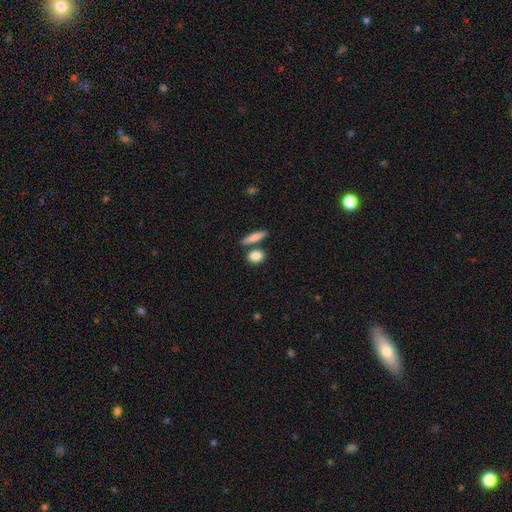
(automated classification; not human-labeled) smooth-or-featured: smooth: 86% | featured or disk: 7% | star or artifact: 7%
  how-rounded: in between: 53% | round: 35% | cigar-shaped: 12%
  merging: none: 68% | merger: 18% | minor disturbance: 11% | major disturbance: 3%